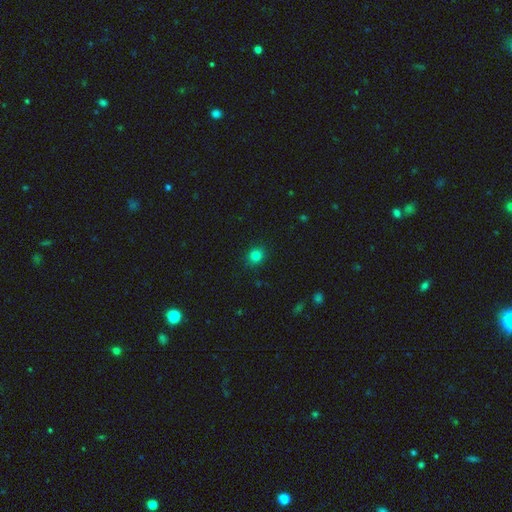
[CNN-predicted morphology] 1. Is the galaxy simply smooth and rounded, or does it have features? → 81% smooth, 14% star or artifact, 5% featured or disk.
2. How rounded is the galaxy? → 81% round, 18% in between, 1% cigar-shaped.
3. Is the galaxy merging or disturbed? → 89% none, 7% minor disturbance, 2% major disturbance, 1% merger.